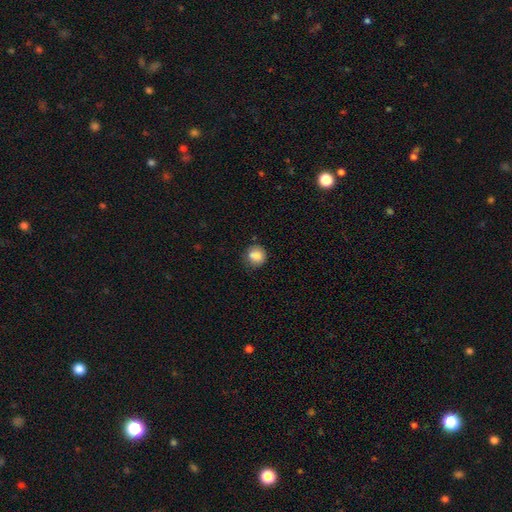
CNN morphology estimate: smooth-or-featured: smooth: 84% | star or artifact: 9% | featured or disk: 7%
  how-rounded: round: 80% | in between: 19% | cigar-shaped: 1%
  merging: none: 70% | minor disturbance: 21% | major disturbance: 6% | merger: 3%